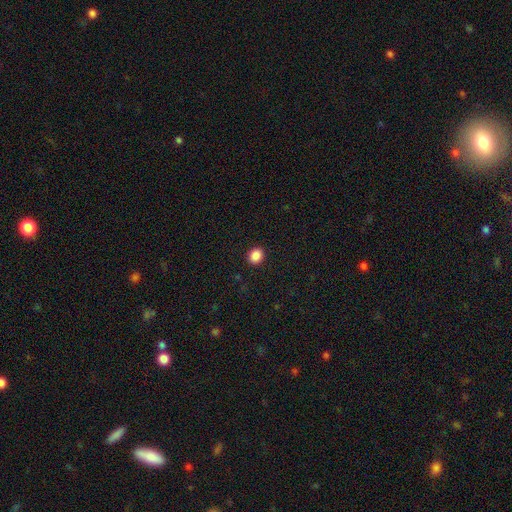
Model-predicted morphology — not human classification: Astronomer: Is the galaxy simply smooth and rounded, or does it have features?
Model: smooth — 88%.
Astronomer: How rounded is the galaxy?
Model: round — 69%.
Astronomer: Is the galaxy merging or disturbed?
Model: none — 92%.